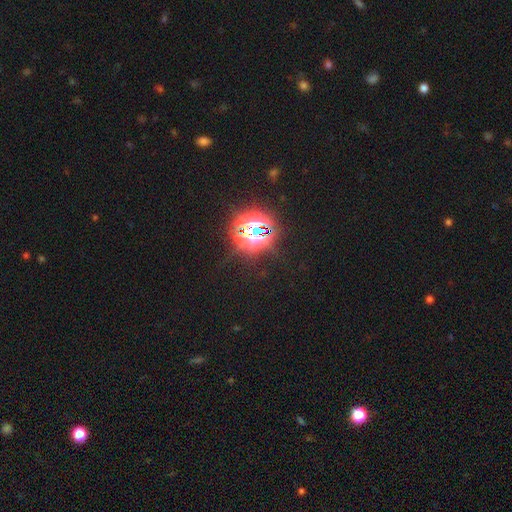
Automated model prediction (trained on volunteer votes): A star or artifact, not a galaxy (84%).

Vote fractions:
- Smooth or featured? star or artifact: 84% / smooth: 11% / featured or disk: 5%